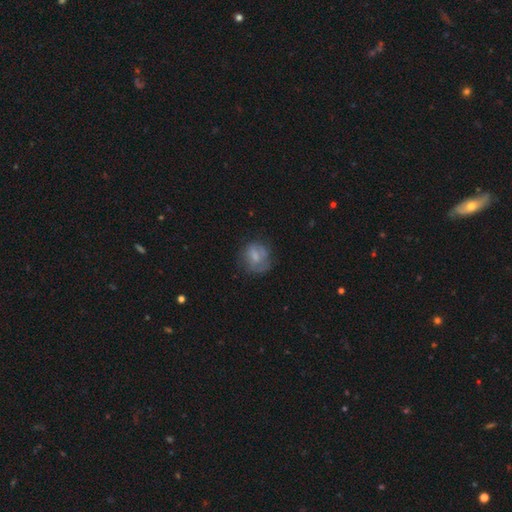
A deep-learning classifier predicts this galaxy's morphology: smooth 63%, featured or disk 27%, star or artifact 10%. Down the decision tree: how rounded — round (70%); merging — none (57%).